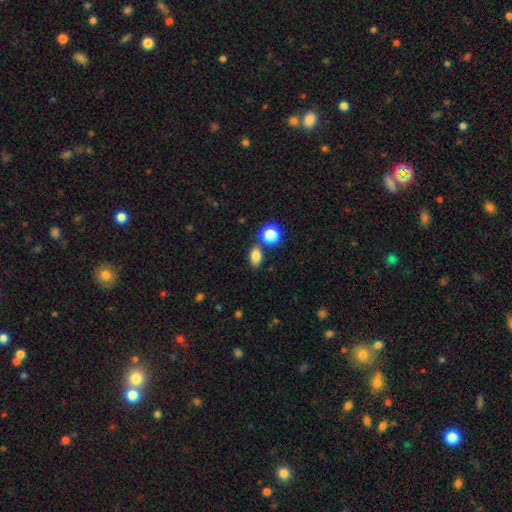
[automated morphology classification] The model was most divided on "how rounded": in between: 78%, round: 20%, cigar-shaped: 2%. More confident: smooth or featured — smooth (81%); merging — none (74%).